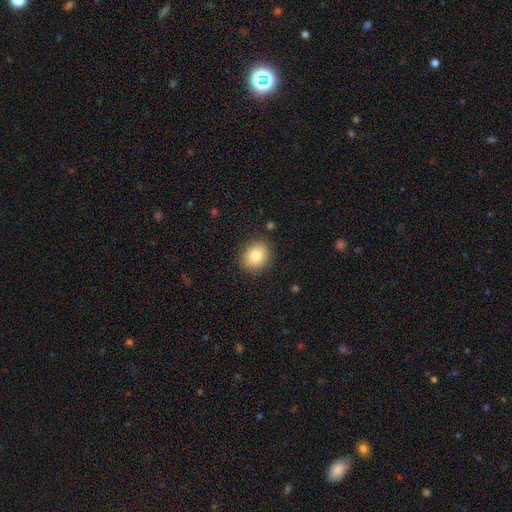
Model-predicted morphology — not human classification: Overall: smooth (84%). How rounded: round (61%; in between 38%). Merging: none (87%).